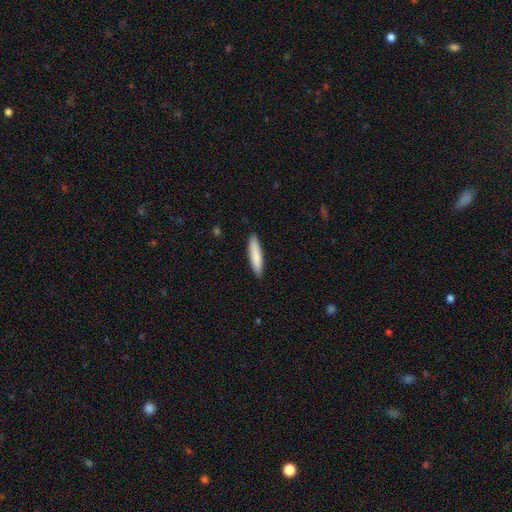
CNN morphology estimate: A smooth galaxy with no disk features (83%) that is cigar-shaped (84%).

Vote fractions:
- Smooth or featured? smooth: 83% / featured or disk: 11% / star or artifact: 5%
- How rounded? cigar-shaped: 84% / in between: 15% / round: 1%
- Merging? none: 89% / minor disturbance: 8% / major disturbance: 2% / merger: 1%